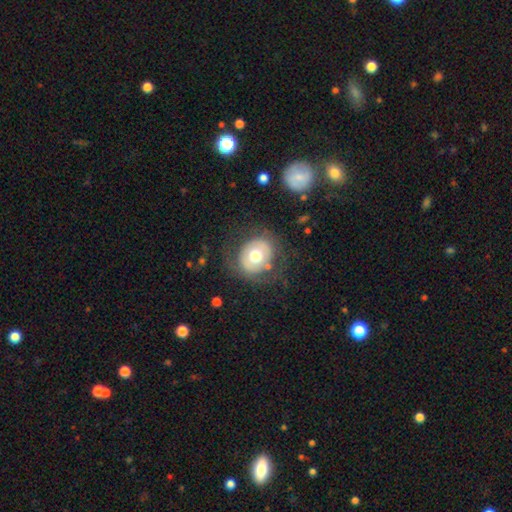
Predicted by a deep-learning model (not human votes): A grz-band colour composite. It shows a smooth galaxy with no disk features (53%) that is round (77%). Merging: none (71%).